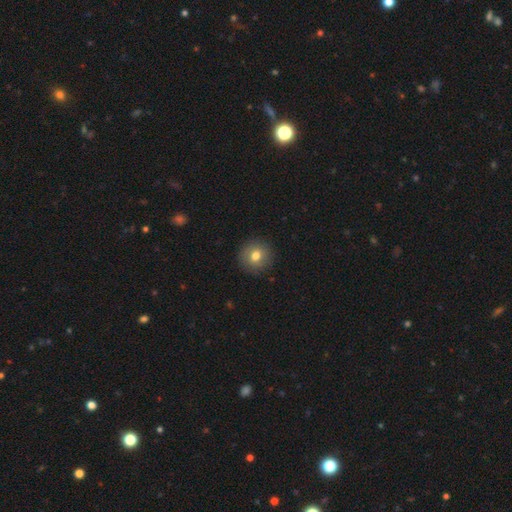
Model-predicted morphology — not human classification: Smooth or featured? smooth (78%)
How rounded? round (92%)
Merging? none (90%)